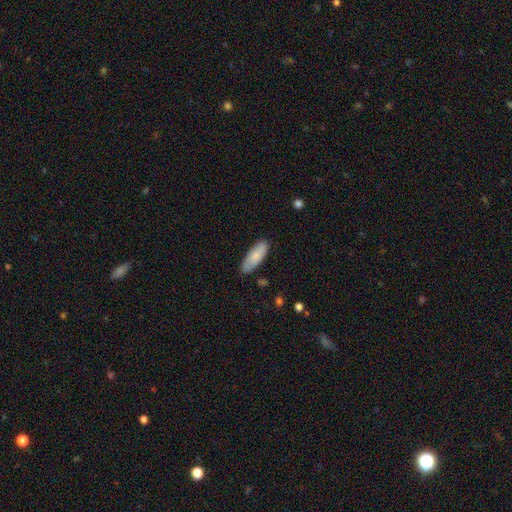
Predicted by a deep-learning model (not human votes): A smooth galaxy with no disk features (80%) that is in between round and cigar-shaped (69%).

Vote fractions:
- Smooth or featured? smooth: 80% / featured or disk: 14% / star or artifact: 6%
- How rounded? in between: 69% / cigar-shaped: 29% / round: 2%
- Merging? none: 81% / minor disturbance: 15% / major disturbance: 3% / merger: 2%